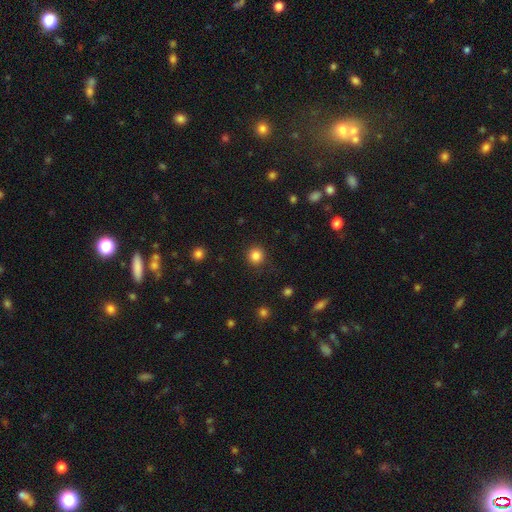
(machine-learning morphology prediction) Smooth or featured?
  - smooth: 85% *
  - star or artifact: 11%
  - featured or disk: 4%
How rounded?
  - round: 94% *
  - in between: 5%
  - cigar-shaped: 1%
Merging?
  - none: 89% *
  - minor disturbance: 7%
  - major disturbance: 3%
  - merger: 1%